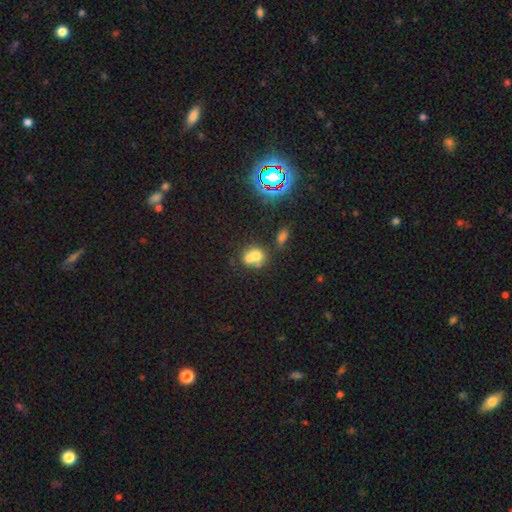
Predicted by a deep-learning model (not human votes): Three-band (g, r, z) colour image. It shows a smooth galaxy with no disk features (63%) that is round (65%). Merging: merger (61%).